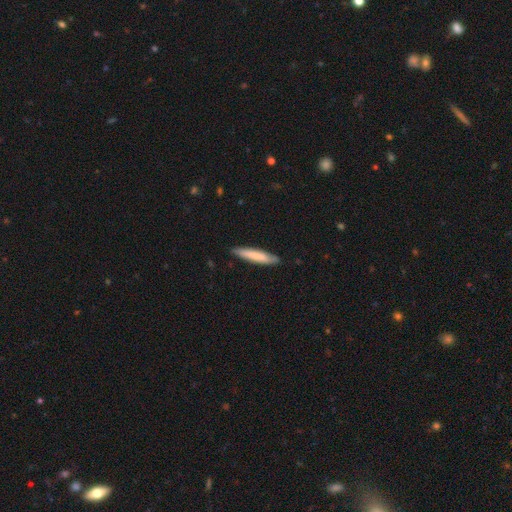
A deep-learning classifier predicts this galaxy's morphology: Overall: smooth (75%). How rounded: cigar-shaped (90%). Merging: none (85%).